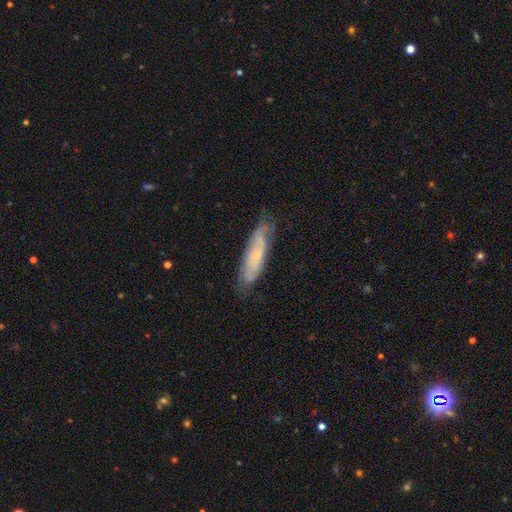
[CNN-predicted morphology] The model was most divided on "smooth or featured": featured or disk: 52%, smooth: 41%, star or artifact: 7%. More confident: merging — none (73%); edge-on disk — no (65%).